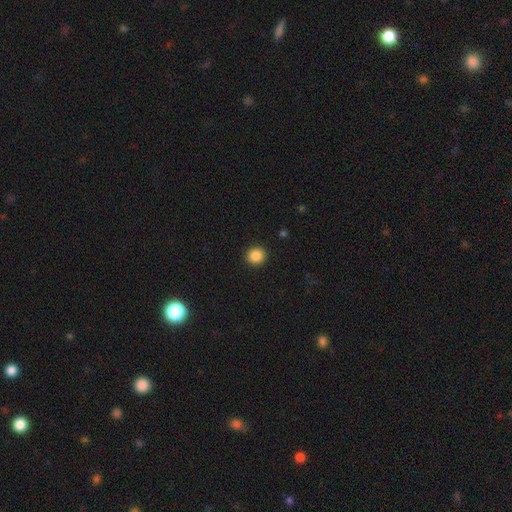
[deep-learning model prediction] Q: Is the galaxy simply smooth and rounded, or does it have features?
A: smooth — 87%.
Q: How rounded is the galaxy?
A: round — 91%.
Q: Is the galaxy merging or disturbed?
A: none — 92%.